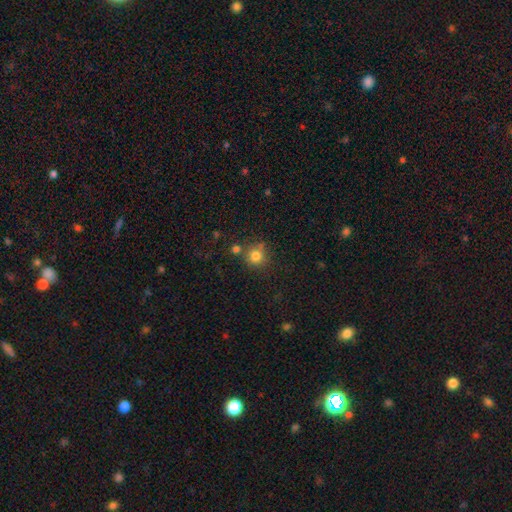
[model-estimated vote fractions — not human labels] A smooth galaxy with no disk features (79%) that is round (89%). Merging: none (69%).